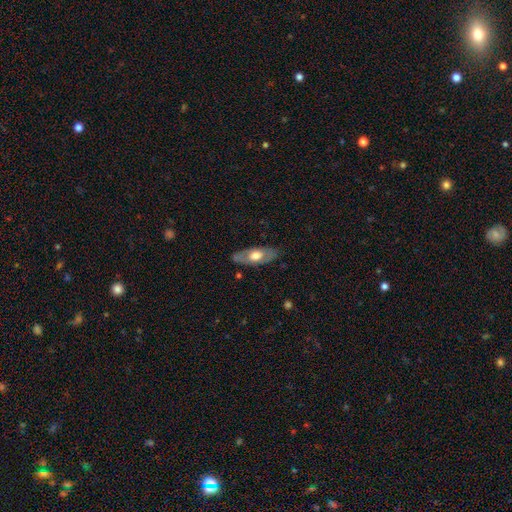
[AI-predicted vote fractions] Smooth or featured? featured or disk (48%)
Merging? none (81%)